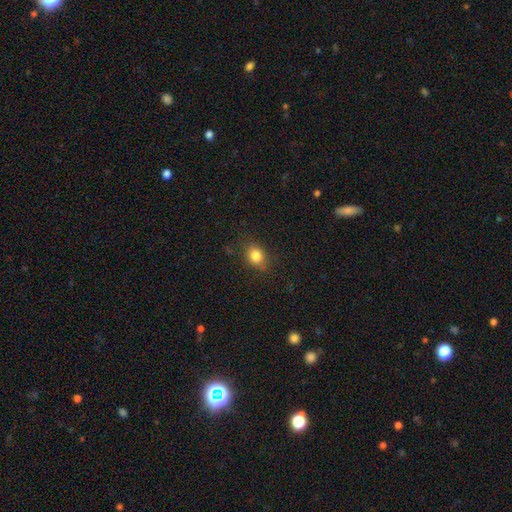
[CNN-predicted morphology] type=smooth (82%); roundness=round (50%); merging=none (80%).